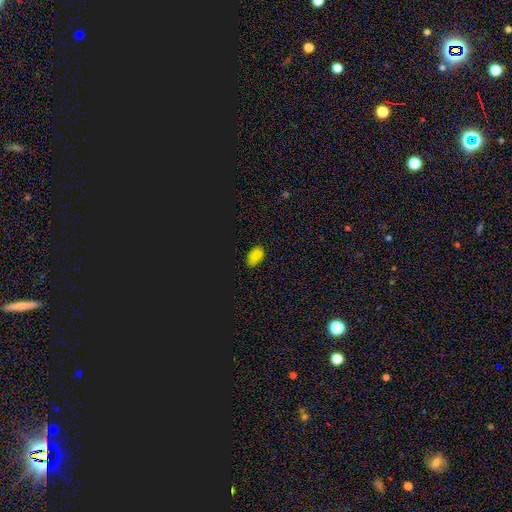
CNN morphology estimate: The model was most divided on "smooth or featured": smooth: 76%, star or artifact: 20%, featured or disk: 4%. More confident: how rounded — in between (91%); merging — none (84%).